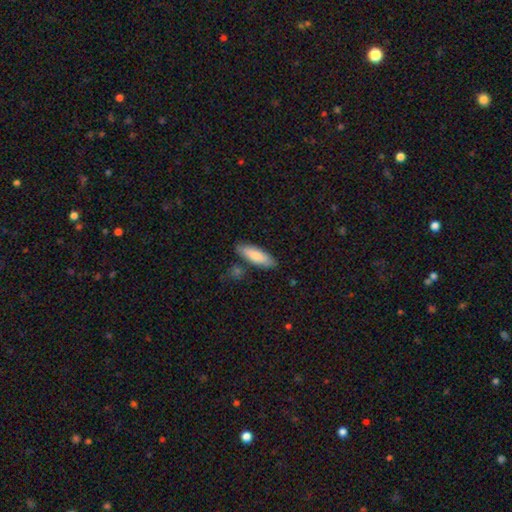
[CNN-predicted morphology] type=smooth (79%); roundness=in between (52%); merging=none (82%).